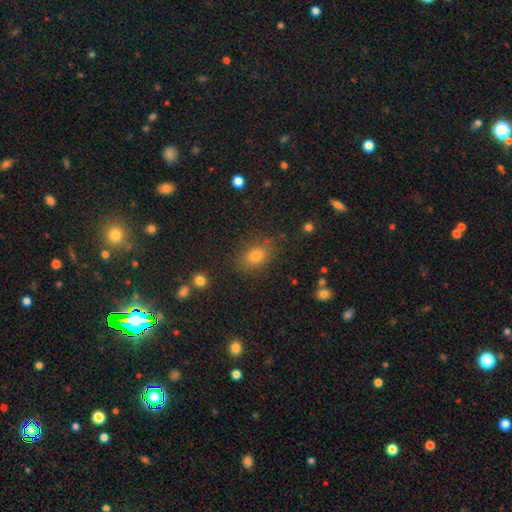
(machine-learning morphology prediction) This is likely a smooth galaxy (76%). How rounded: likely in between (71%). Merging: clearly none (81%).